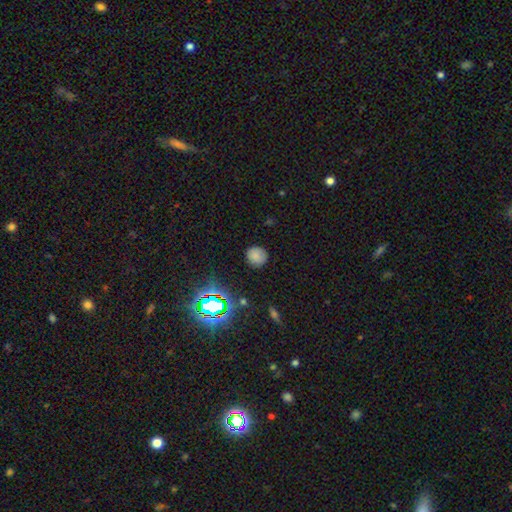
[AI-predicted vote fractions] Smooth or featured? smooth (75%)
How rounded? round (89%)
Merging? none (84%)